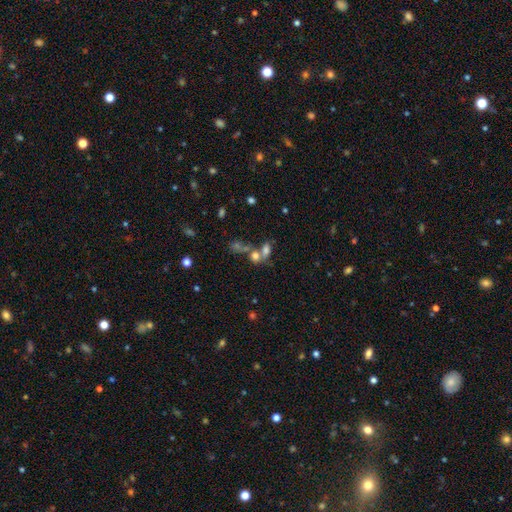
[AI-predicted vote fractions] Morphology: type=smooth (66%); roundness=in between (61%); merging=merger (52%).